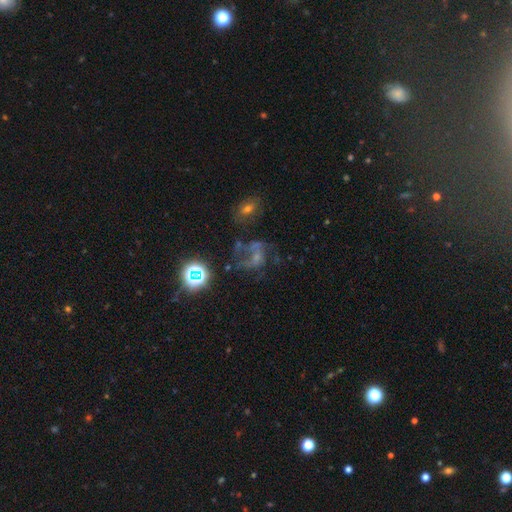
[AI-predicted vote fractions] Smooth or featured: featured or disk — 47% (star or artifact — 31%)
Merging: major disturbance — 36% (none — 35%)